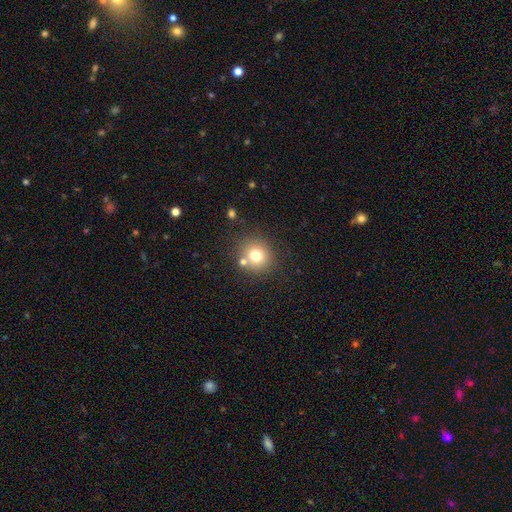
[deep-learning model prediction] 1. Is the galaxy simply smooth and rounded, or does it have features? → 75% smooth, 13% star or artifact, 12% featured or disk.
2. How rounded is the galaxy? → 89% round, 10% in between, 1% cigar-shaped.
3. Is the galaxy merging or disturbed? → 74% none, 13% merger, 9% minor disturbance, 4% major disturbance.